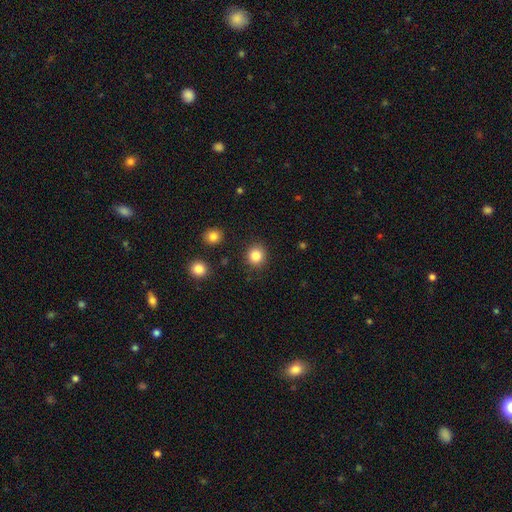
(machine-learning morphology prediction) A smooth galaxy with no disk features (85%) that is round (89%). Merging: none (89%).